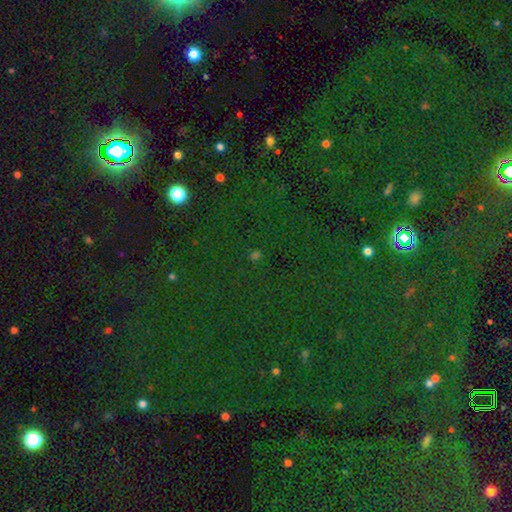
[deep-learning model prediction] A star or artifact, not a galaxy (75%).

Vote fractions:
- Smooth or featured? star or artifact: 75% / smooth: 16% / featured or disk: 9%